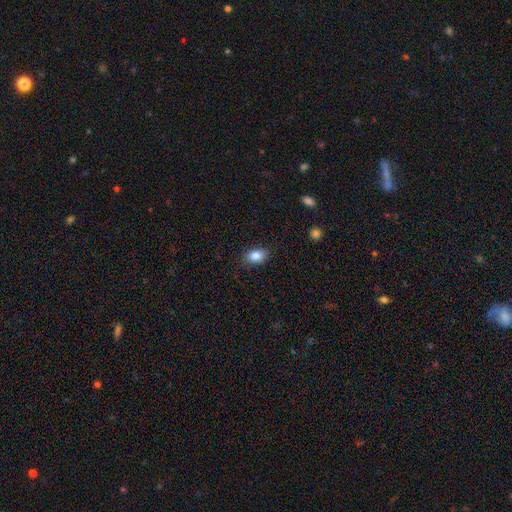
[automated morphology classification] A smooth galaxy with no disk features (86%) that is in between round and cigar-shaped (82%). Merging: none (84%).